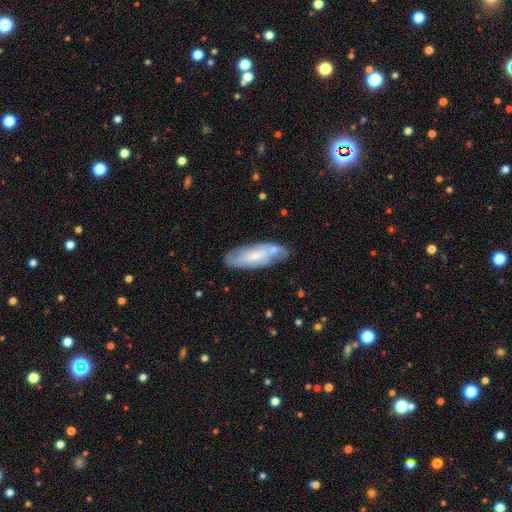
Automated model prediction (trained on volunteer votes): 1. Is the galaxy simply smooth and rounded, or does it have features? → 47% featured or disk (tied), 47% smooth (tied), 6% star or artifact.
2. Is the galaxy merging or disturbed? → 66% none, 21% minor disturbance, 7% merger, 5% major disturbance.